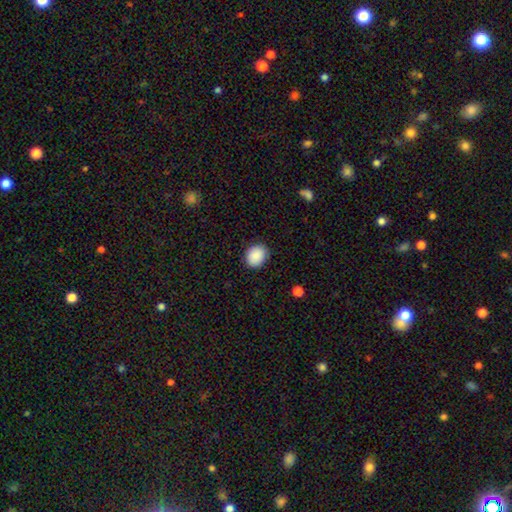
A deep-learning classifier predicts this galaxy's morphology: A smooth galaxy with no disk features (89%) that is round (57%). Merging: none (86%).